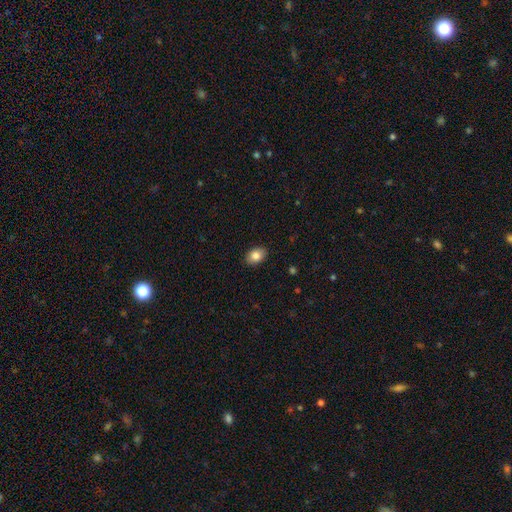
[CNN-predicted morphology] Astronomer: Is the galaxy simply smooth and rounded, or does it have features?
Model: smooth — 84%.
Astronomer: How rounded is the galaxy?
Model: in between — 81%.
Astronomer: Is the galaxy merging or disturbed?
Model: none — 88%.